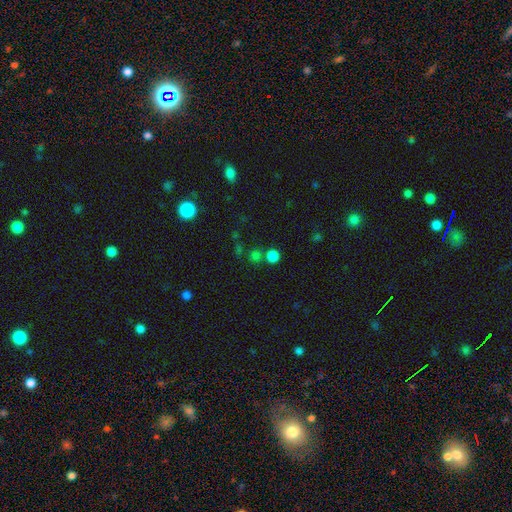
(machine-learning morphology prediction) smooth_or_featured: smooth (p=0.71) [alt: star or artifact p=0.24]
how_rounded: round (p=0.91) [alt: in between p=0.08]
merging: none (p=0.71) [alt: merger p=0.18]